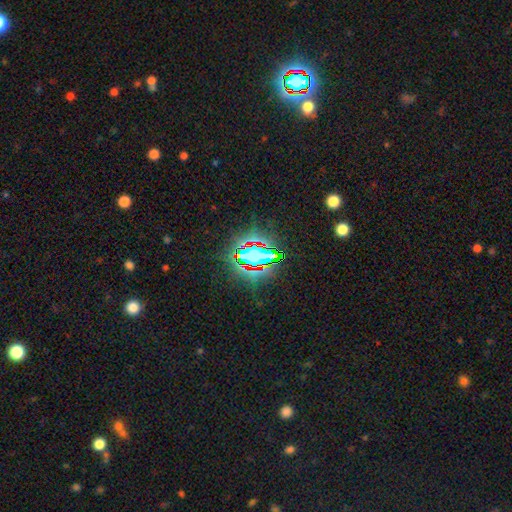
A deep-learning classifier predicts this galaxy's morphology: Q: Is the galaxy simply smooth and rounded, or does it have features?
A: star or artifact — 73%.